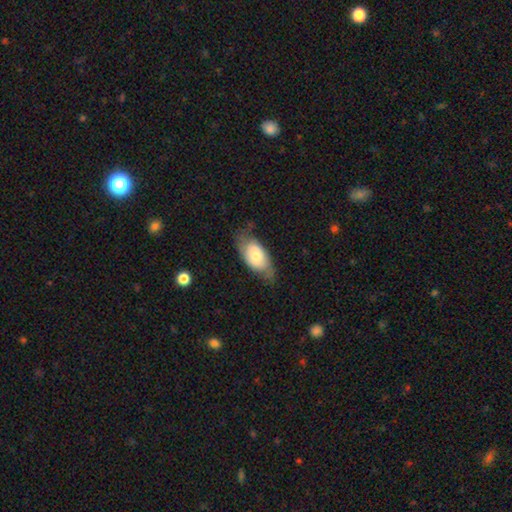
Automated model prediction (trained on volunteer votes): smooth_or_featured: smooth (p=0.56) [alt: featured or disk p=0.37]
how_rounded: in between (p=0.90) [alt: round p=0.05]
merging: none (p=0.58) [alt: minor disturbance p=0.29]